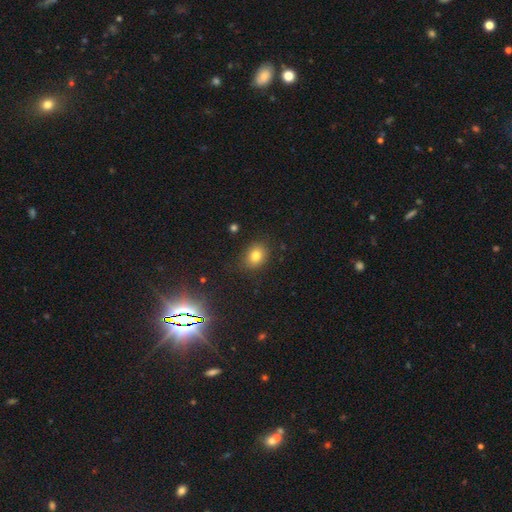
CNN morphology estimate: Q: Smooth or featured?
A: smooth (79%); runner-up: star or artifact (13%)
Q: How rounded?
A: round (54%); runner-up: in between (45%)
Q: Merging?
A: none (83%); runner-up: minor disturbance (12%)